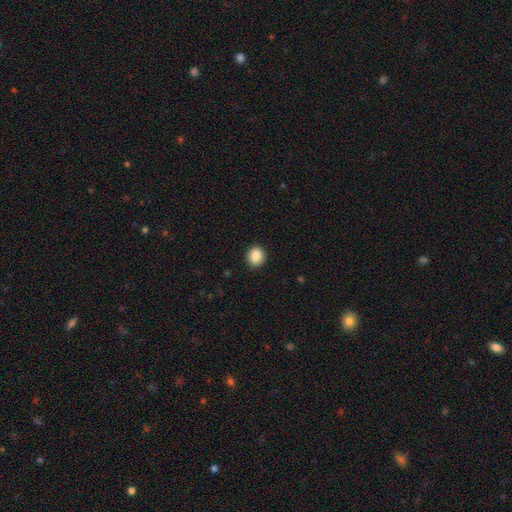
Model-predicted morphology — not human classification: Smooth or featured? Predicted: smooth (p=0.86). How rounded? Predicted: round (p=0.86). Merging? Predicted: none (p=0.92).